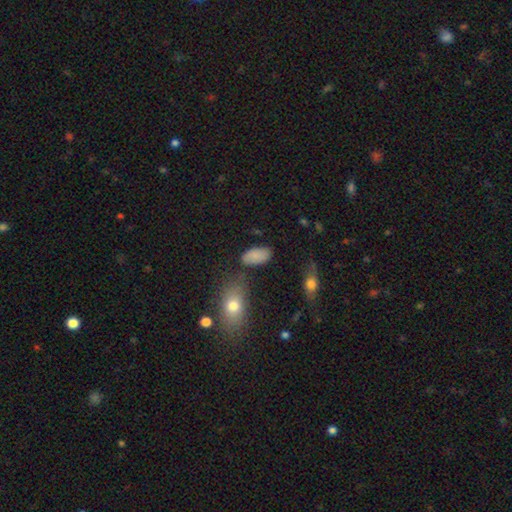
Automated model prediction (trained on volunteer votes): Smooth or featured? smooth (83%)
How rounded? in between (94%)
Merging? none (73%)